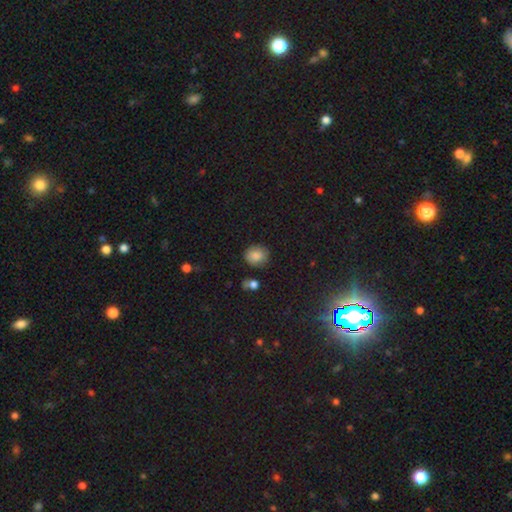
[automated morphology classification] smooth-or-featured: smooth: 84% | star or artifact: 9% | featured or disk: 6%
  how-rounded: round: 75% | in between: 24% | cigar-shaped: 1%
  merging: none: 81% | minor disturbance: 13% | major disturbance: 3% | merger: 3%